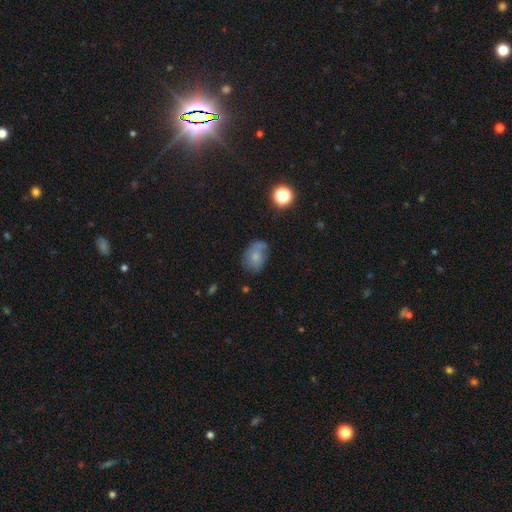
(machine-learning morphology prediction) Overall: smooth (63%; featured or disk 25%). How rounded: in between (70%). Merging: none (44%; minor disturbance 29%).